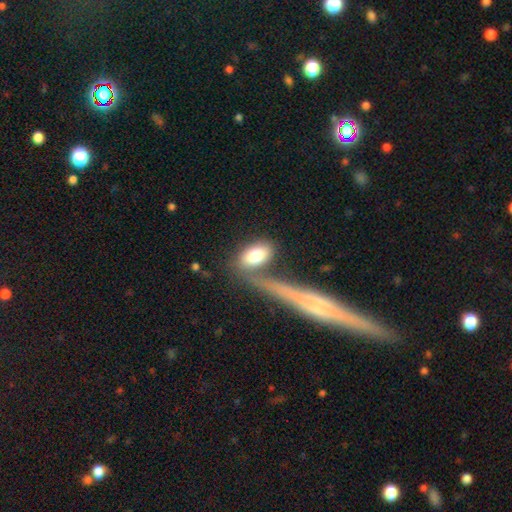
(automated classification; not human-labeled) A smooth galaxy with no disk features (77%) that is in between round and cigar-shaped (84%).

Vote fractions:
- Smooth or featured? smooth: 77% / featured or disk: 16% / star or artifact: 7%
- How rounded? in between: 84% / round: 9% / cigar-shaped: 7%
- Merging? none: 54% / merger: 21% / minor disturbance: 15% / major disturbance: 10%